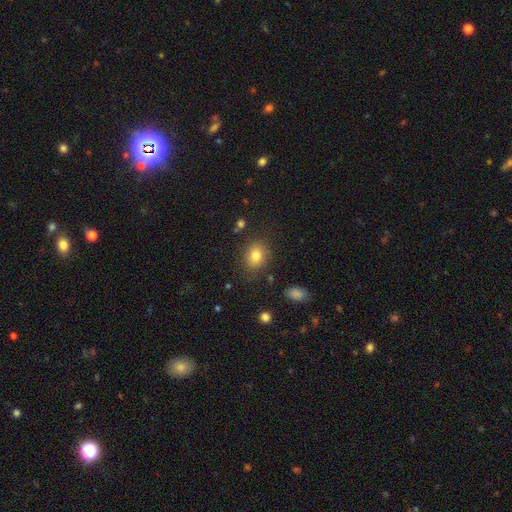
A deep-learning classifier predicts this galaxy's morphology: Smooth or featured?
  - smooth: 80% *
  - star or artifact: 11%
  - featured or disk: 9%
How rounded?
  - round: 56% *
  - in between: 44%
  - cigar-shaped: 1%
Merging?
  - none: 84% *
  - minor disturbance: 10%
  - major disturbance: 3%
  - merger: 3%